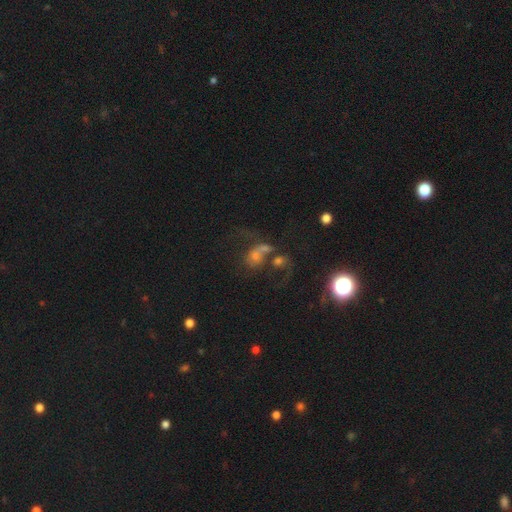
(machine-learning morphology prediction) type=smooth (40%); merging=merger (54%).